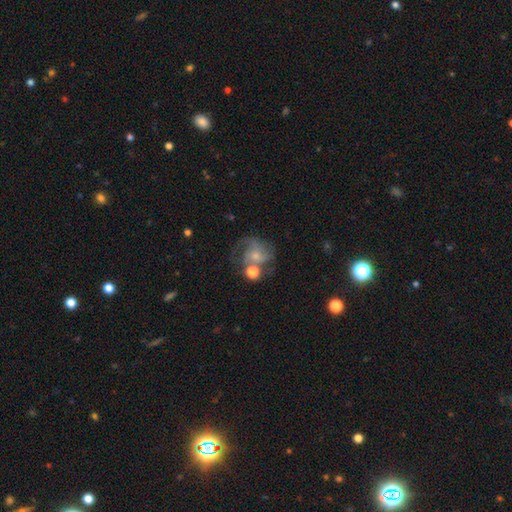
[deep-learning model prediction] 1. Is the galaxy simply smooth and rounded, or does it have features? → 59% featured or disk, 31% smooth, 10% star or artifact.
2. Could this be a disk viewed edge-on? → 98% no, 2% yes.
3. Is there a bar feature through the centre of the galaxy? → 70% no, 26% weak, 4% strong.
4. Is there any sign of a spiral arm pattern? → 85% yes, 15% no.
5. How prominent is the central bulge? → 56% small, 29% moderate, 10% none, 4% large, 2% dominant.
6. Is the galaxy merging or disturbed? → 38% none, 23% major disturbance, 20% merger, 19% minor disturbance.